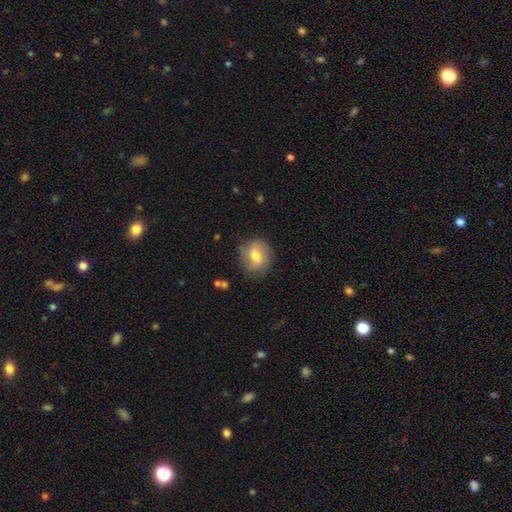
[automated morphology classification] Q: Smooth or featured?
A: smooth (66%); runner-up: featured or disk (25%)
Q: How rounded?
A: round (79%); runner-up: in between (20%)
Q: Merging?
A: none (81%); runner-up: minor disturbance (14%)